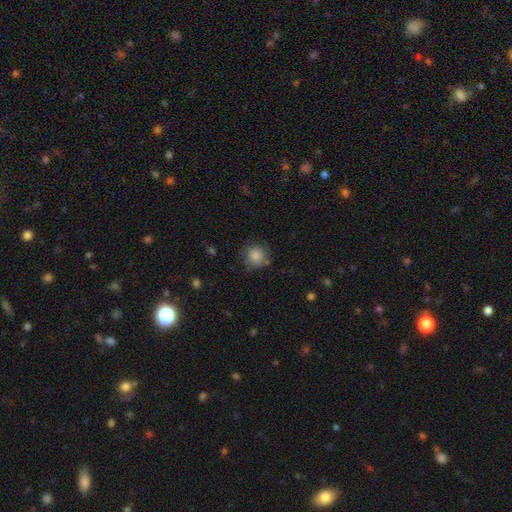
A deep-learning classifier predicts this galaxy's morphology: smooth_or_featured: smooth (p=0.83) [alt: star or artifact p=0.09]
how_rounded: round (p=0.88) [alt: in between p=0.11]
merging: none (p=0.72) [alt: minor disturbance p=0.19]